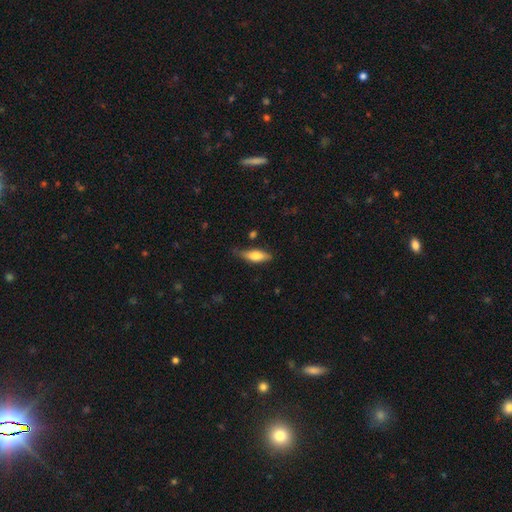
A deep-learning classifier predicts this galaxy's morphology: Overall: smooth (71%). How rounded: in between (58%; cigar-shaped 40%). Merging: none (71%).